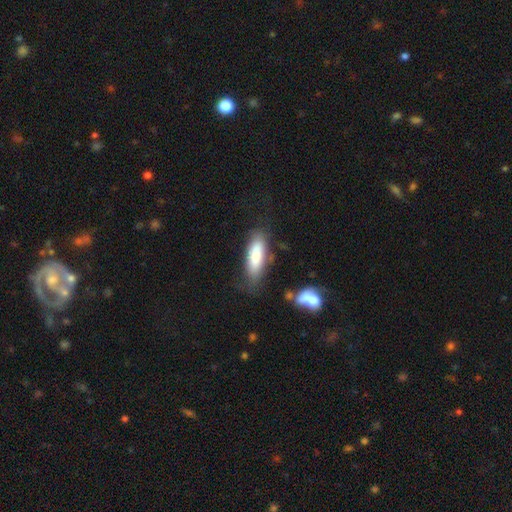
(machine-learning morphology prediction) smooth 77%, featured or disk 16%, star or artifact 6%. Down the decision tree: how rounded — in between (52%); merging — none (65%).